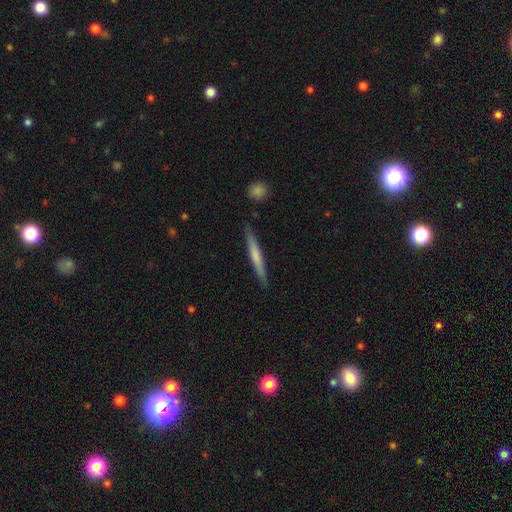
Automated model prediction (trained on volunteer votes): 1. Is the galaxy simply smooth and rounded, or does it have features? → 58% smooth, 37% featured or disk, 5% star or artifact.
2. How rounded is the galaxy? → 96% cigar-shaped, 3% in between, 1% round.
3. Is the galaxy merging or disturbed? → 89% none, 8% minor disturbance, 2% major disturbance, 1% merger.